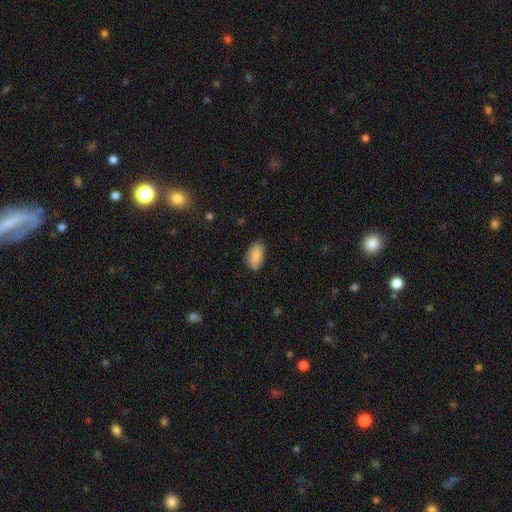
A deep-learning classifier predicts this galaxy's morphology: smooth_or_featured: smooth (p=0.87) [alt: star or artifact p=0.07]
how_rounded: in between (p=0.94) [alt: round p=0.04]
merging: none (p=0.80) [alt: minor disturbance p=0.16]